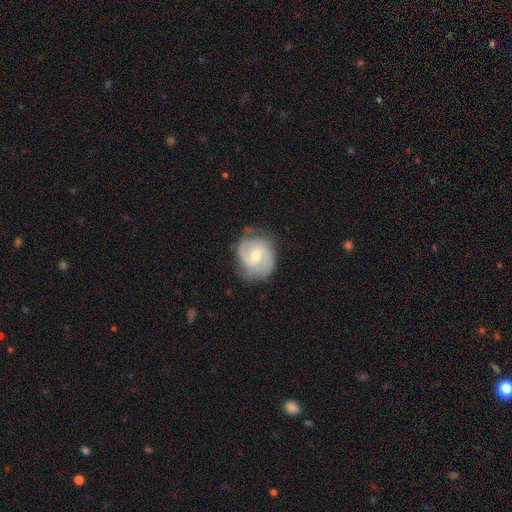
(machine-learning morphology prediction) Smooth or featured: featured or disk — 80% (smooth — 14%)
Edge-on disk: no — 98% (yes — 2%)
Bar: weak — 50% (no — 41%)
Spiral arms: yes — 95% (no — 5%)
Spiral winding: medium — 48% (tight — 37%)
Spiral arm count: 2 — 80% (can't tell — 9%)
Bulge size: moderate — 59% (small — 36%)
Merging: none — 73% (minor disturbance — 20%)